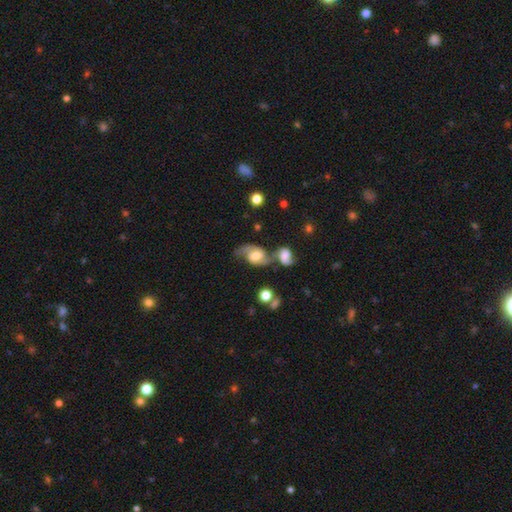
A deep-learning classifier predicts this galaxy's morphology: This appears to be a featured or disk galaxy (69%) with no bar (52%), 2 (84%) loose (48%) spiral arms (90%) and a moderate central bulge (57%). Merging: none (37%).